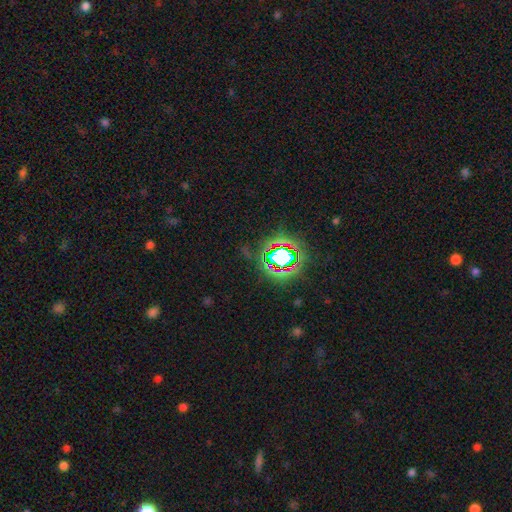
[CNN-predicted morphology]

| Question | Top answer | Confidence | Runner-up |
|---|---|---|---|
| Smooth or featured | star or artifact | 80% | smooth (12%) |